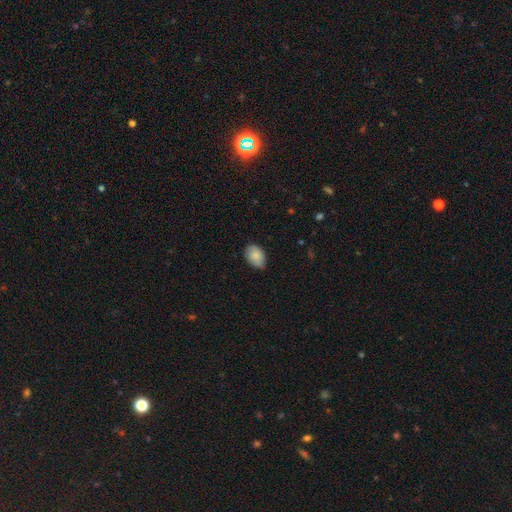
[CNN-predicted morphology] type=smooth (84%); roundness=in between (83%); merging=none (72%).